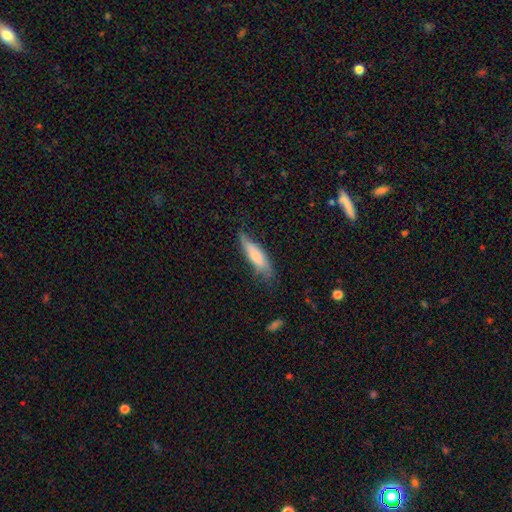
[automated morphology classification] The model was most divided on "how rounded": cigar-shaped: 60%, in between: 38%, round: 2%. More confident: smooth or featured — smooth (63%); merging — none (59%).